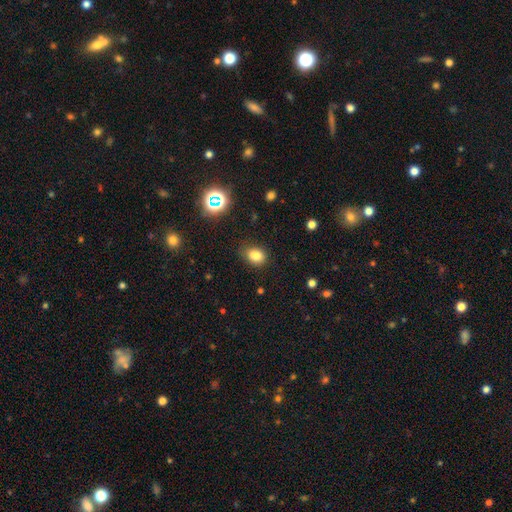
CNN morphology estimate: A smooth galaxy with no disk features (79%) that is in between round and cigar-shaped (60%). Merging: none (72%).